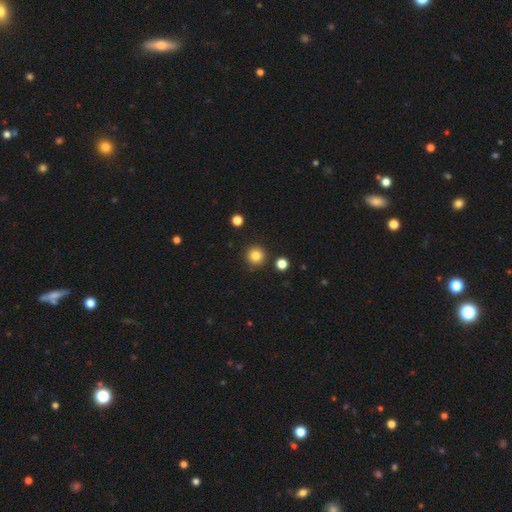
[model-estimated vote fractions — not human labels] Smooth or featured? Predicted: smooth (p=0.83). How rounded? Predicted: round (p=0.95). Merging? Predicted: none (p=0.90).